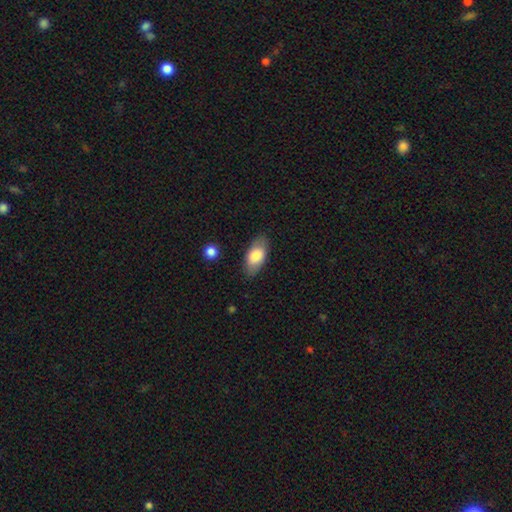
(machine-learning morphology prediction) Smooth or featured? Predicted: smooth (p=0.77). How rounded? Predicted: in between (p=0.90). Merging? Predicted: none (p=0.82).